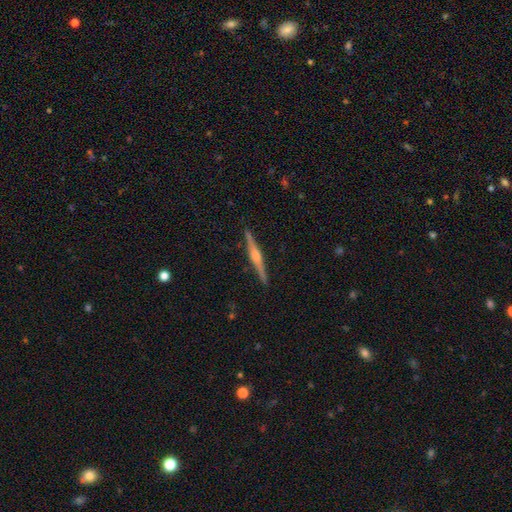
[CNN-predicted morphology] Smooth or featured?
  - featured or disk: 81% *
  - smooth: 14%
  - star or artifact: 5%
Edge-on disk?
  - yes: 99% *
  - no: 1%
Edge-on bulge?
  - rounded: 82% *
  - boxy: 12%
  - none: 6%
Merging?
  - none: 92% *
  - minor disturbance: 6%
  - major disturbance: 1%
  - merger: 1%